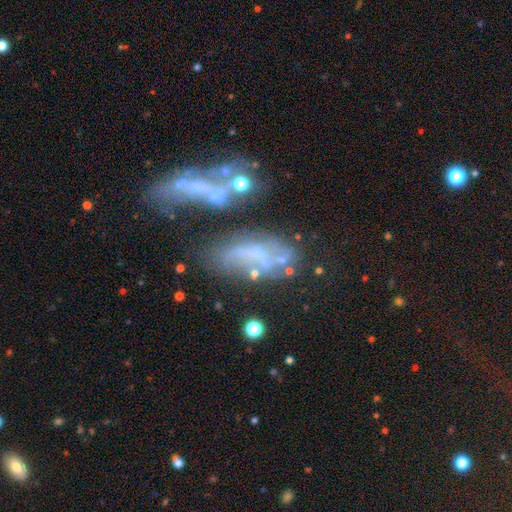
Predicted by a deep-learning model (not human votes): Smooth or featured? Predicted: featured or disk (p=0.50). Edge-on disk? Predicted: no (p=0.87). Merging? Predicted: merger (p=0.30).